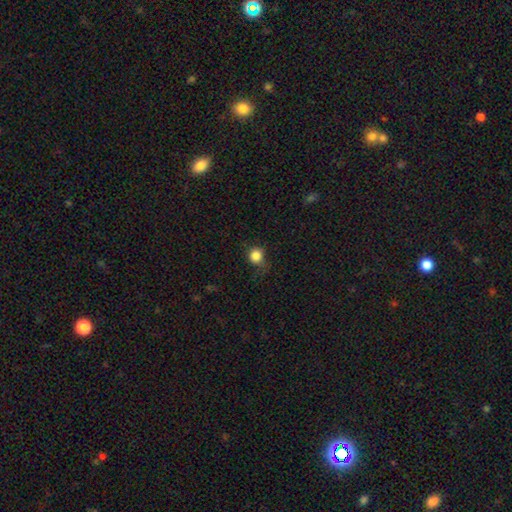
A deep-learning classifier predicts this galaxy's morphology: This is clearly a smooth galaxy (84%). How rounded: clearly round (88%). Merging: likely none (70%).